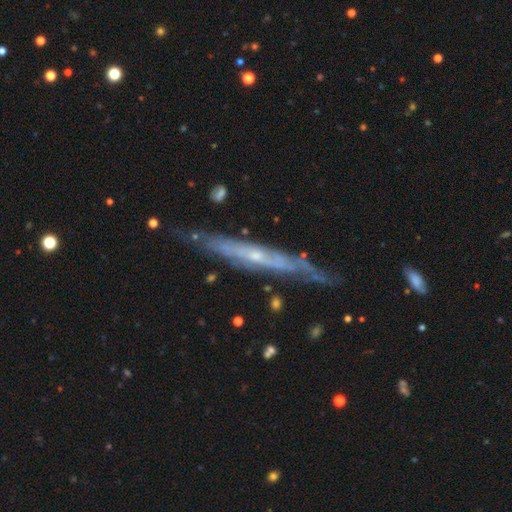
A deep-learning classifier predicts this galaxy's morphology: This appears to be a featured or disk galaxy (78%) viewed edge-on (75%) with no central bulge (53%). Merging: none (72%).